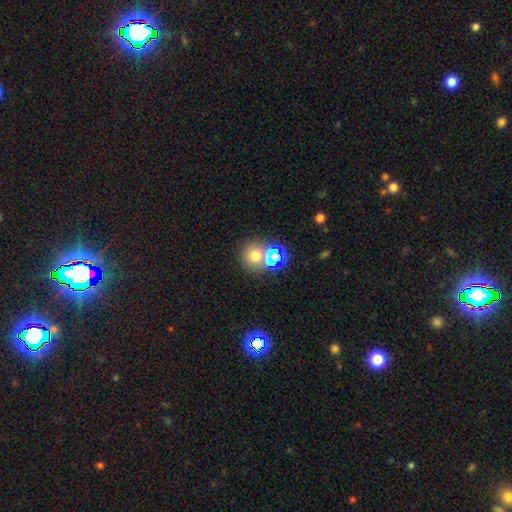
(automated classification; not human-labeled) Smooth or featured: smooth — 65% (star or artifact — 26%)
How rounded: round — 85% (in between — 14%)
Merging: none — 63% (merger — 25%)